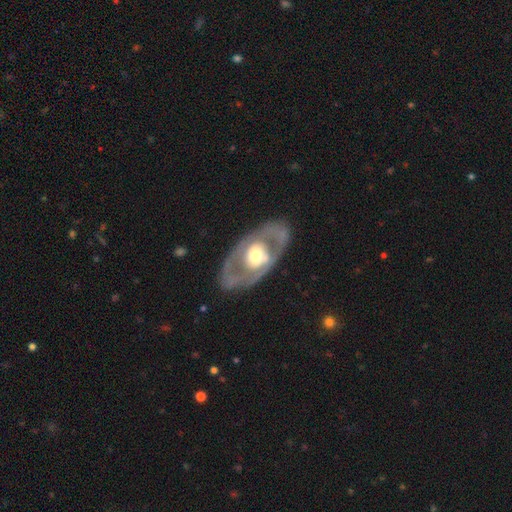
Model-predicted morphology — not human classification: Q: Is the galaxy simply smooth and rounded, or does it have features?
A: featured or disk — 69%.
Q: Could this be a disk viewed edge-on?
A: no — 89%.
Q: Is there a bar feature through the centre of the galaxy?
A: no — 72%.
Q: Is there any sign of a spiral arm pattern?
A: no — 71%.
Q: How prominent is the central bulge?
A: moderate — 58%.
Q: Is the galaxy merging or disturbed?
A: none — 76%.